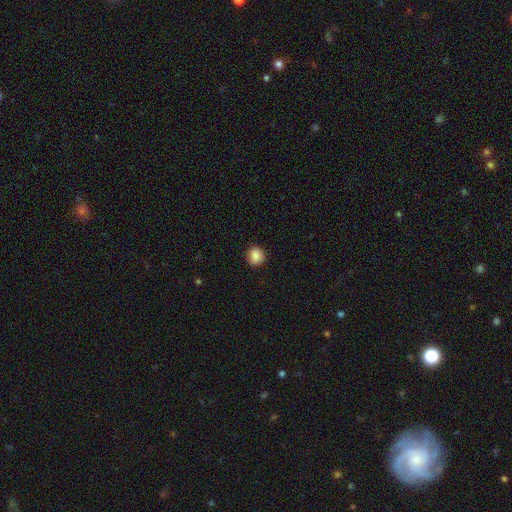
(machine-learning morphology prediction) smooth 86%, star or artifact 9%, featured or disk 5%. Down the decision tree: how rounded — round (85%); merging — none (89%).